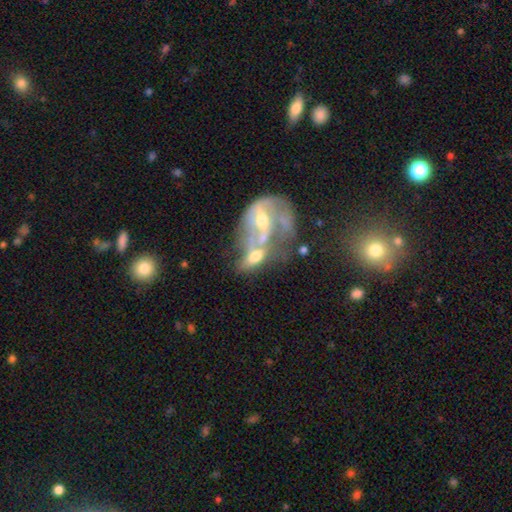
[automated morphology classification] The model was most divided on "spiral arms": no: 61%, yes: 39%. More confident: edge-on disk — no (91%); merging — merger (63%); bar — no (59%); bulge size — moderate (57%); smooth or featured — featured or disk (57%).